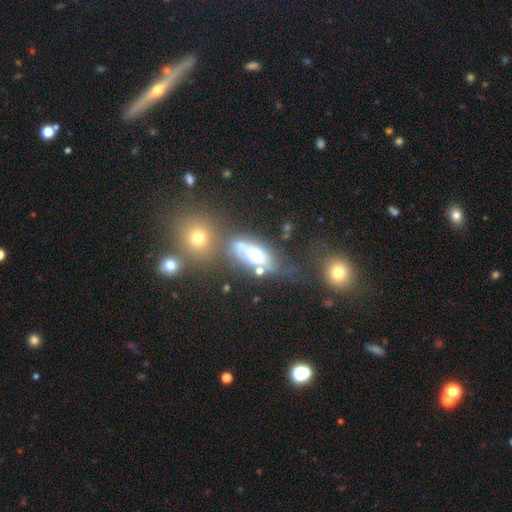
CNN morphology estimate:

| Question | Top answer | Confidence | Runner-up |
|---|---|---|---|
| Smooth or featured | featured or disk | 44% | tied: smooth (44%) |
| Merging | none | 48% | merger (23%) |